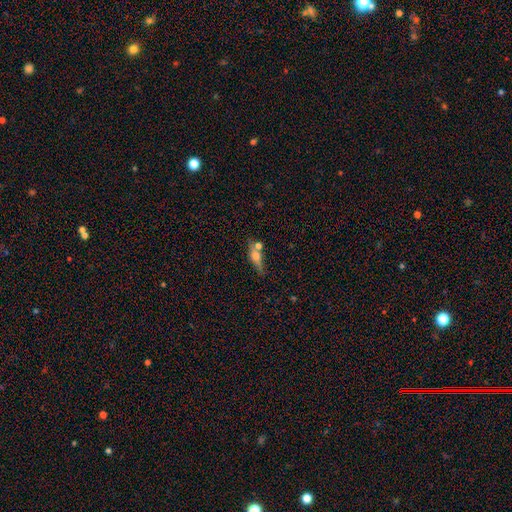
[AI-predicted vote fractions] This is possibly a featured or disk galaxy (45%, tied with smooth). Merging: possibly none (57%).